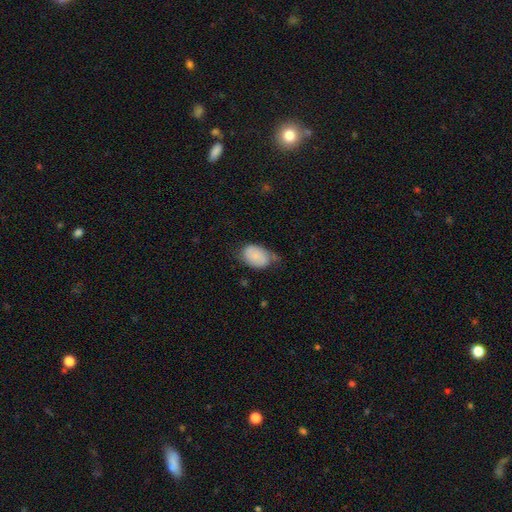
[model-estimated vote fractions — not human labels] A smooth galaxy with no disk features (76%) that is in between round and cigar-shaped (84%). Merging: none (48%).